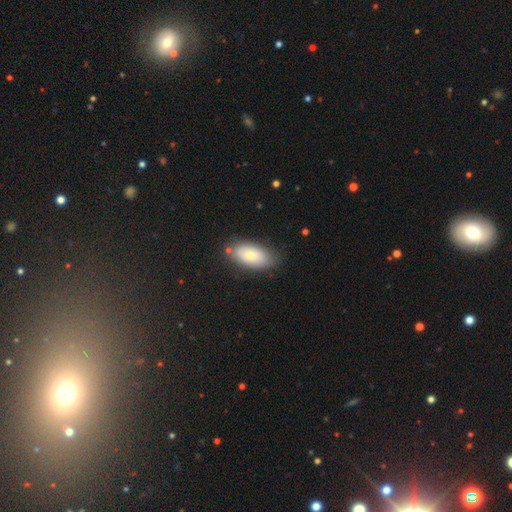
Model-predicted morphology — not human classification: Smooth or featured?
  - smooth: 71% *
  - featured or disk: 23%
  - star or artifact: 7%
How rounded?
  - in between: 92% *
  - cigar-shaped: 4%
  - round: 4%
Merging?
  - none: 76% *
  - minor disturbance: 16%
  - major disturbance: 4%
  - merger: 4%